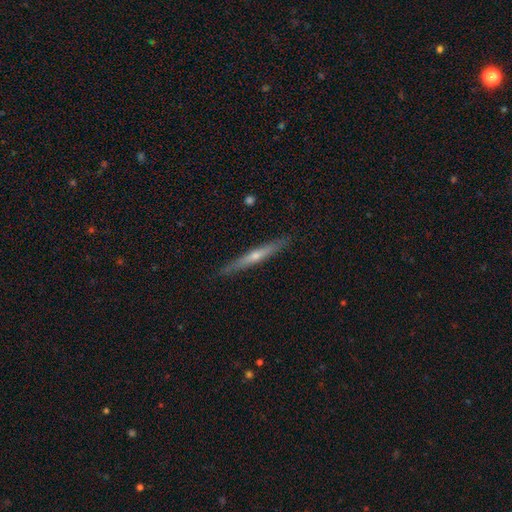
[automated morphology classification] featured or disk 65%, smooth 29%, star or artifact 6%. Down the decision tree: edge-on disk — yes (96%); edge-on bulge — rounded (70%); merging — none (90%).